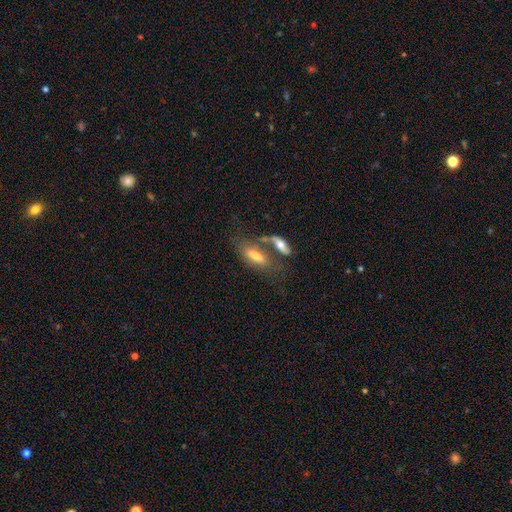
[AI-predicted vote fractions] Overall: smooth (59%; featured or disk 33%). How rounded: in between (72%). Merging: merger (44%; none 35%).